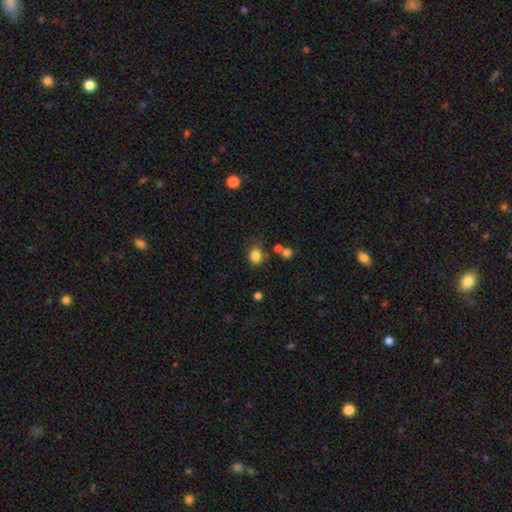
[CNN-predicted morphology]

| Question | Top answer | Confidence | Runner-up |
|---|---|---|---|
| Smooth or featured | smooth | 84% | star or artifact (11%) |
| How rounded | in between | 51% | round (48%) |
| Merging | none | 67% | minor disturbance (19%) |